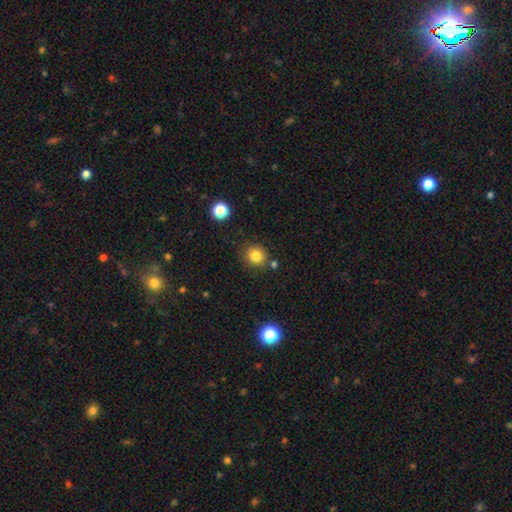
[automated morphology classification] A smooth galaxy with no disk features (83%) that is round (89%).

Vote fractions:
- Smooth or featured? smooth: 83% / star or artifact: 12% / featured or disk: 6%
- How rounded? round: 89% / in between: 10% / cigar-shaped: 1%
- Merging? none: 82% / minor disturbance: 9% / merger: 6% / major disturbance: 3%